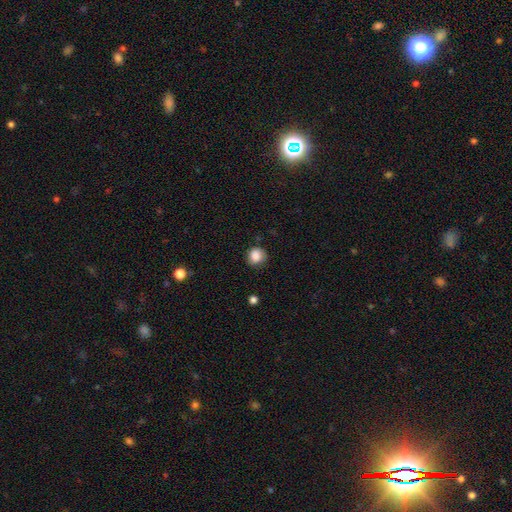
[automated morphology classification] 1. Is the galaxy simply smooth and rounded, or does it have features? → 86% smooth, 9% star or artifact, 5% featured or disk.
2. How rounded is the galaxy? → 80% round, 19% in between, 1% cigar-shaped.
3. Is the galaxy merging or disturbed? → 72% none, 21% minor disturbance, 5% major disturbance, 2% merger.